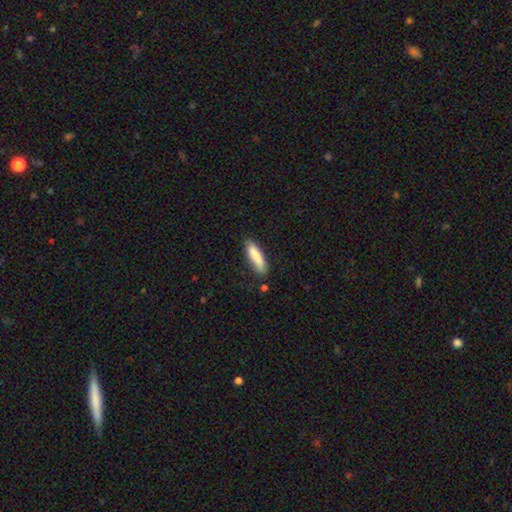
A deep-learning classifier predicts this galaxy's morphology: smooth_or_featured: smooth (p=0.81) [alt: featured or disk p=0.13]
how_rounded: cigar-shaped (p=0.69) [alt: in between p=0.30]
merging: none (p=0.74) [alt: minor disturbance p=0.19]